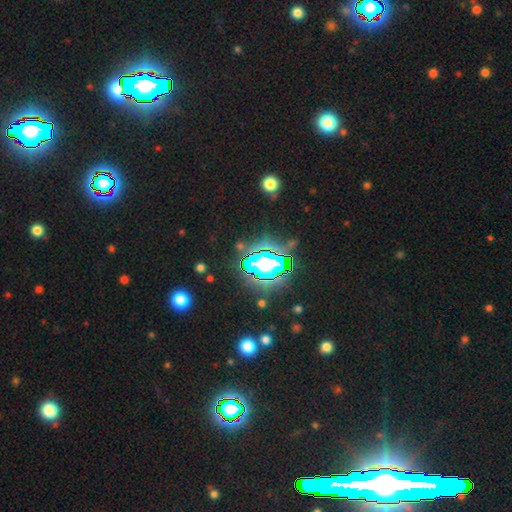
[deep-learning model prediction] Smooth or featured? Predicted: star or artifact (p=0.83).